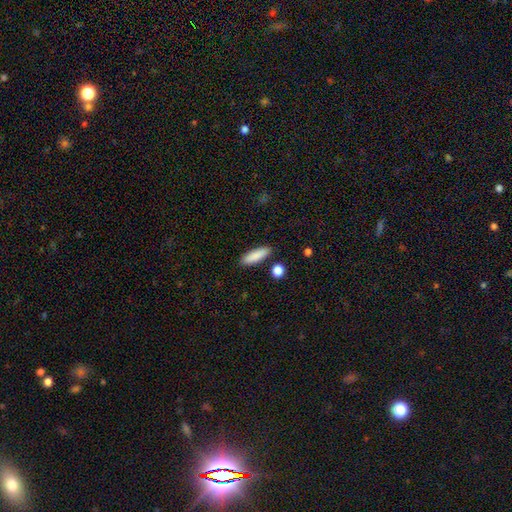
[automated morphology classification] Smooth or featured: smooth — 88% (star or artifact — 6%)
How rounded: cigar-shaped — 56% (in between — 42%)
Merging: none — 88% (minor disturbance — 7%)